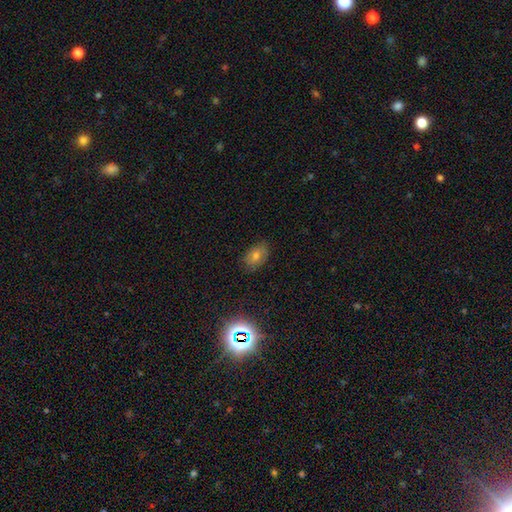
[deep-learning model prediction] Smooth or featured?
  - smooth: 59% *
  - star or artifact: 24%
  - featured or disk: 17%
How rounded?
  - in between: 79% *
  - round: 19%
  - cigar-shaped: 2%
Merging?
  - none: 81% *
  - minor disturbance: 14%
  - major disturbance: 3%
  - merger: 1%